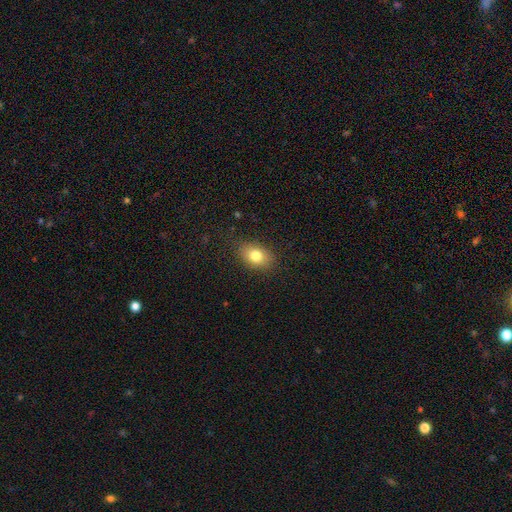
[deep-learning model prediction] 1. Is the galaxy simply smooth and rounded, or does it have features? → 79% smooth, 11% featured or disk, 10% star or artifact.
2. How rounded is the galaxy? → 77% in between, 22% round, 2% cigar-shaped.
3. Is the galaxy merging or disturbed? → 84% none, 12% minor disturbance, 3% major disturbance, 1% merger.